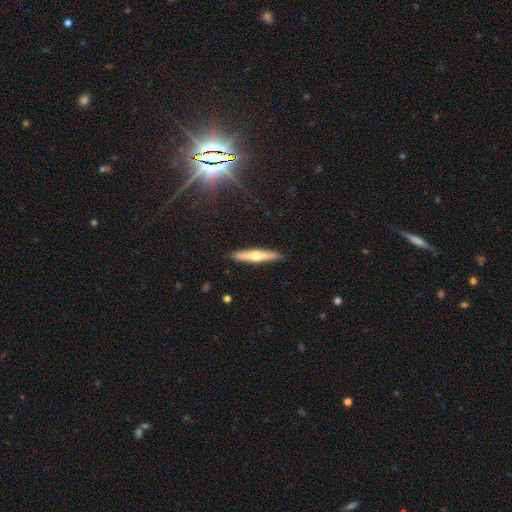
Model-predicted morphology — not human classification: Smooth or featured?
  - featured or disk: 48% *
  - smooth: 46%
  - star or artifact: 6%
Merging?
  - none: 91% *
  - minor disturbance: 7%
  - major disturbance: 1%
  - merger: 1%